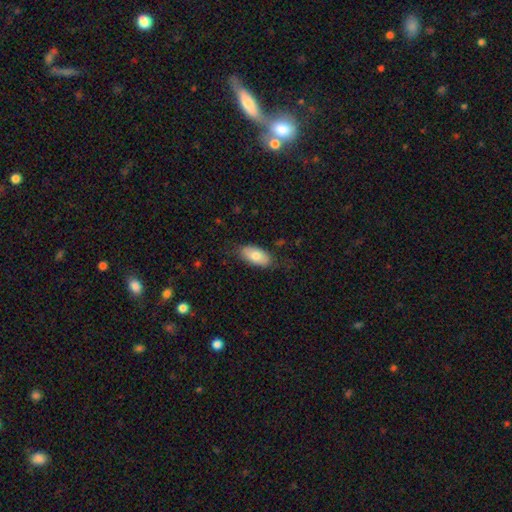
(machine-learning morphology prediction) This is likely a smooth galaxy (78%). How rounded: clearly in between (93%). Merging: likely none (78%).